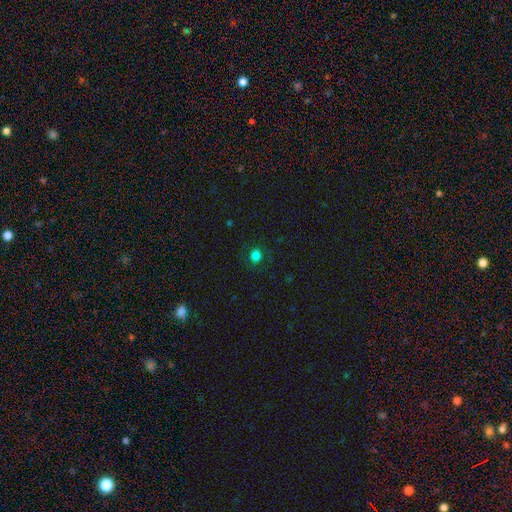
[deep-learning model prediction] A smooth galaxy with no disk features (81%) that is round (80%).

Vote fractions:
- Smooth or featured? smooth: 81% / star or artifact: 14% / featured or disk: 5%
- How rounded? round: 80% / in between: 19% / cigar-shaped: 1%
- Merging? none: 87% / minor disturbance: 9% / major disturbance: 3% / merger: 1%